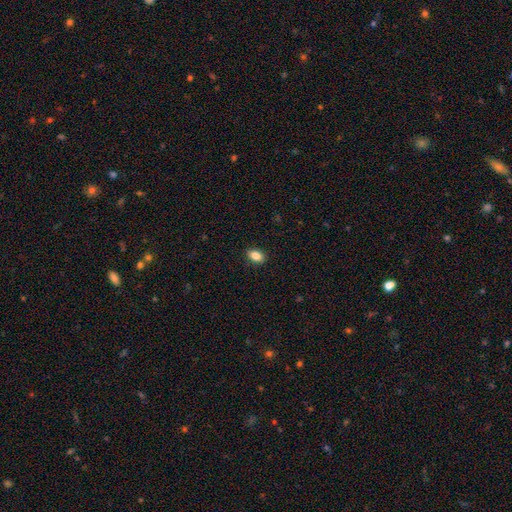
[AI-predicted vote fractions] A smooth galaxy with no disk features (86%) that is in between round and cigar-shaped (85%). Merging: none (89%).